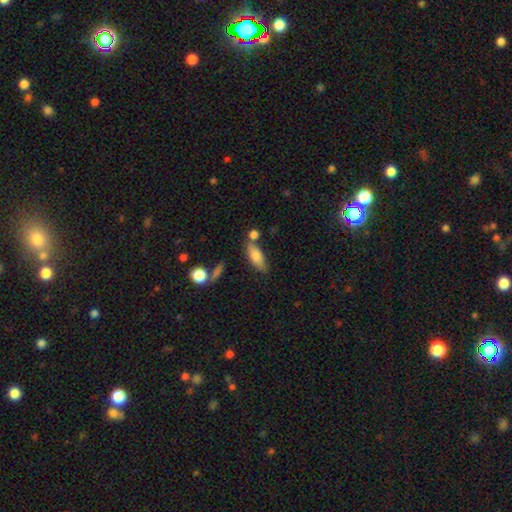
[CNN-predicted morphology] This is likely a smooth galaxy (74%). How rounded: likely in between (71%). Merging: likely none (65%).